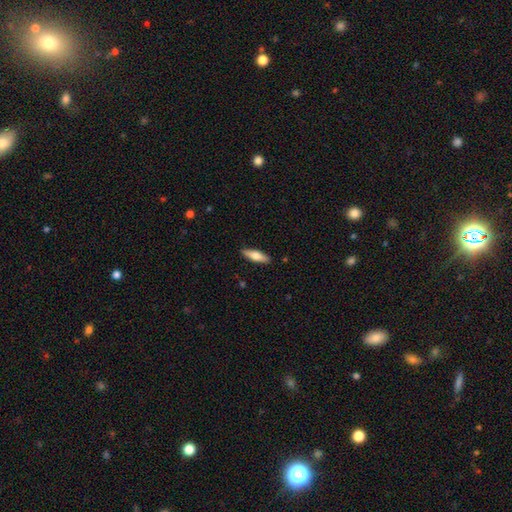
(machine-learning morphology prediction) A smooth galaxy with no disk features (67%) that is cigar-shaped (60%).

Vote fractions:
- Smooth or featured? smooth: 67% / featured or disk: 27% / star or artifact: 5%
- How rounded? cigar-shaped: 60% / in between: 38% / round: 2%
- Merging? none: 89% / minor disturbance: 8% / major disturbance: 2% / merger: 1%